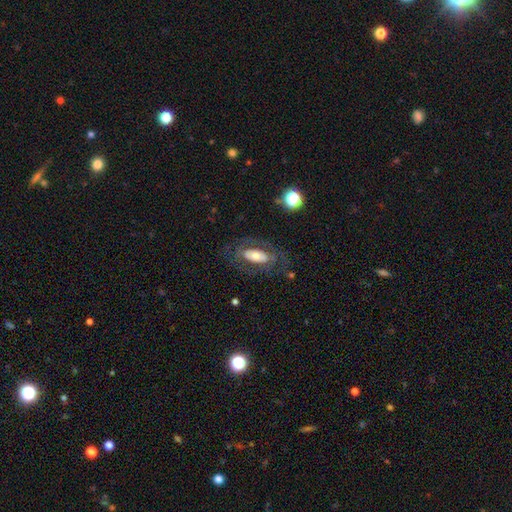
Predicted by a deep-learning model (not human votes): Smooth or featured? Predicted: featured or disk (p=0.50). Edge-on disk? Predicted: no (p=0.88). Merging? Predicted: none (p=0.66).